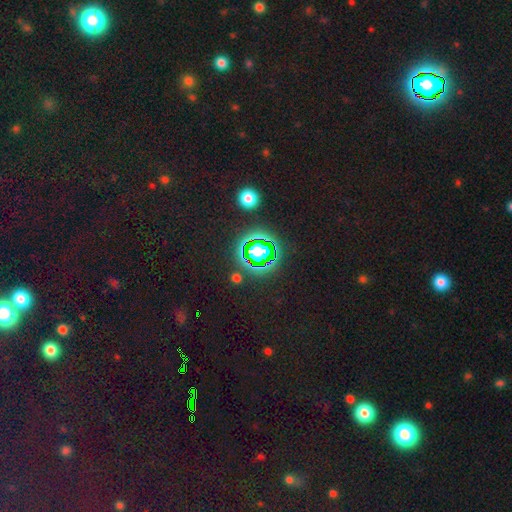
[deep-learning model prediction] star or artifact 73%, smooth 21%, featured or disk 6%.